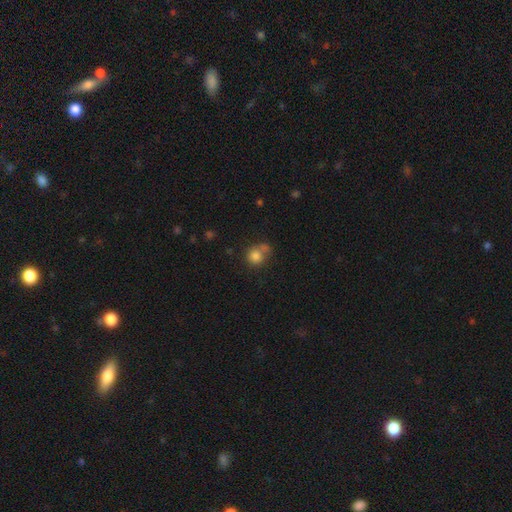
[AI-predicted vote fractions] Smooth or featured: smooth — 82% (star or artifact — 10%)
How rounded: round — 84% (in between — 15%)
Merging: none — 49% (merger — 26%)